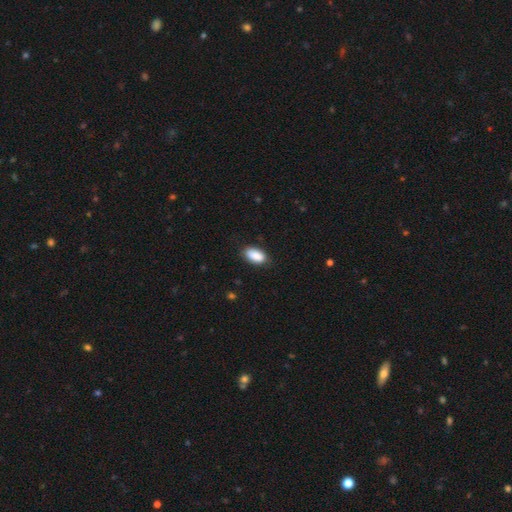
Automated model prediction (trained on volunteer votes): Smooth or featured?
  - smooth: 90% *
  - star or artifact: 7%
  - featured or disk: 4%
How rounded?
  - in between: 92% *
  - cigar-shaped: 4%
  - round: 3%
Merging?
  - none: 84% *
  - minor disturbance: 13%
  - major disturbance: 3%
  - merger: 1%